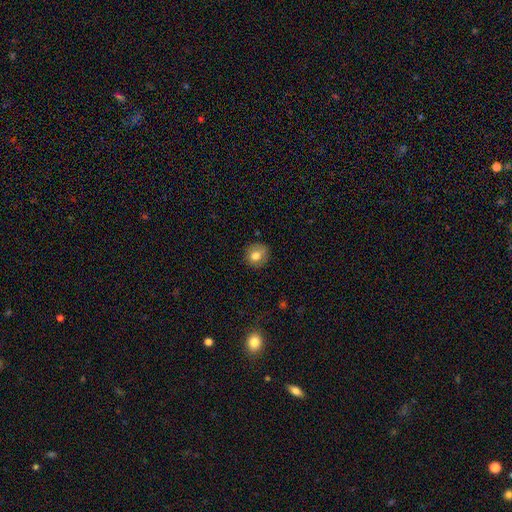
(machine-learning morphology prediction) Q: Smooth or featured?
A: smooth (76%); runner-up: featured or disk (14%)
Q: How rounded?
A: round (83%); runner-up: in between (16%)
Q: Merging?
A: none (83%); runner-up: minor disturbance (13%)